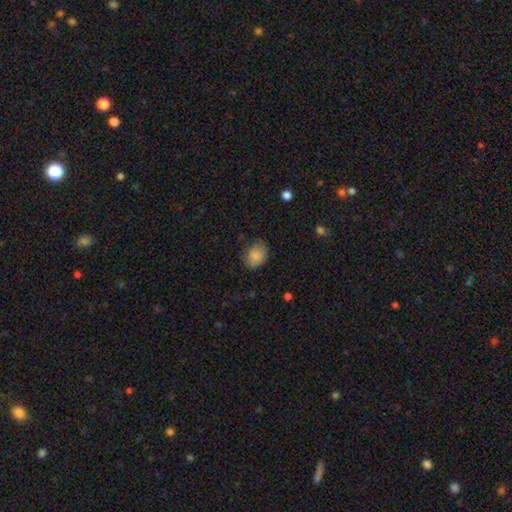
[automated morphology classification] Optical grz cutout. It shows a smooth galaxy with no disk features (87%) that is in between round and cigar-shaped (63%). Merging: none (73%).